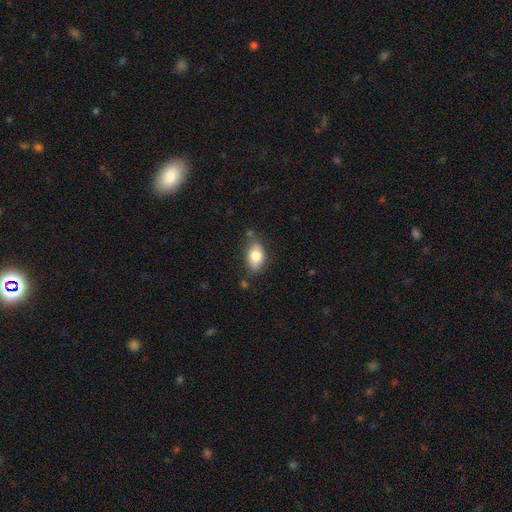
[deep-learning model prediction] A smooth galaxy with no disk features (80%) that is in between round and cigar-shaped (89%).

Vote fractions:
- Smooth or featured? smooth: 80% / featured or disk: 13% / star or artifact: 7%
- How rounded? in between: 89% / round: 8% / cigar-shaped: 3%
- Merging? none: 70% / minor disturbance: 21% / merger: 5% / major disturbance: 4%